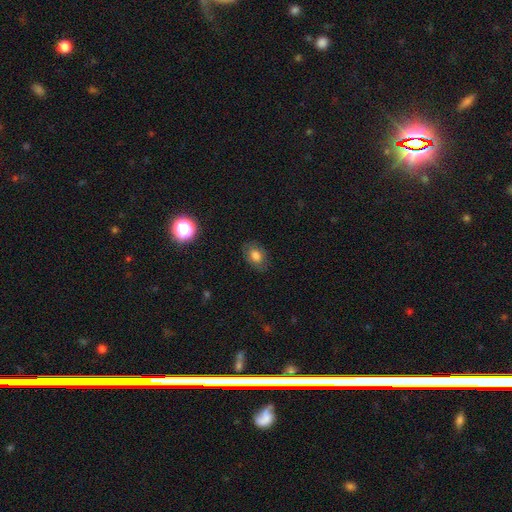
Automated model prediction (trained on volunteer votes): A smooth galaxy with no disk features (71%) that is in between round and cigar-shaped (79%). Merging: none (81%).